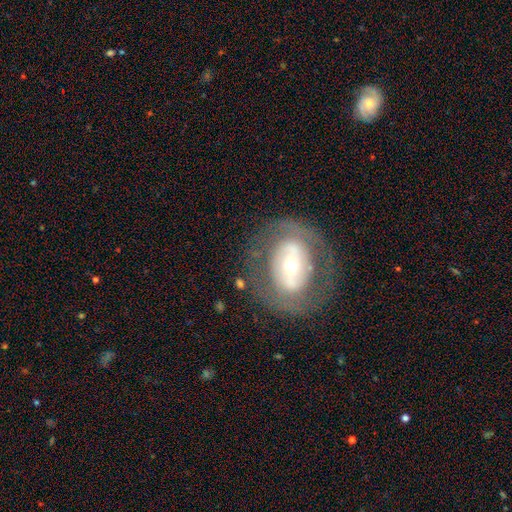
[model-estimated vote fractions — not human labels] This is likely a featured or disk galaxy (68%). It is clearly not viewed edge-on (94%). Bar: possibly no (45%). Spiral arm pattern: possibly yes (53%). Central bulge: possibly moderate (51%). Merging: likely none (75%).